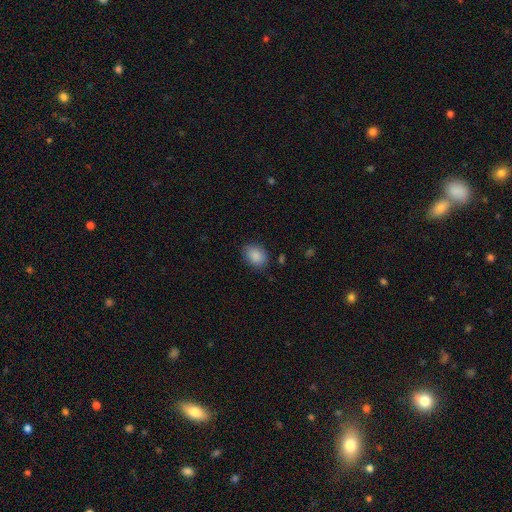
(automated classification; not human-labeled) A smooth galaxy with no disk features (88%) that is in between round and cigar-shaped (72%).

Vote fractions:
- Smooth or featured? smooth: 88% / star or artifact: 8% / featured or disk: 4%
- How rounded? in between: 72% / round: 27% / cigar-shaped: 1%
- Merging? none: 82% / minor disturbance: 13% / major disturbance: 3% / merger: 1%